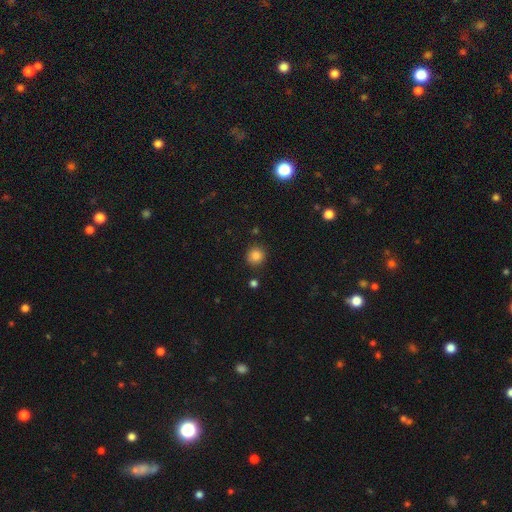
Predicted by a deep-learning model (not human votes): smooth_or_featured: smooth (p=0.85) [alt: star or artifact p=0.11]
how_rounded: round (p=0.92) [alt: in between p=0.07]
merging: none (p=0.88) [alt: minor disturbance p=0.07]